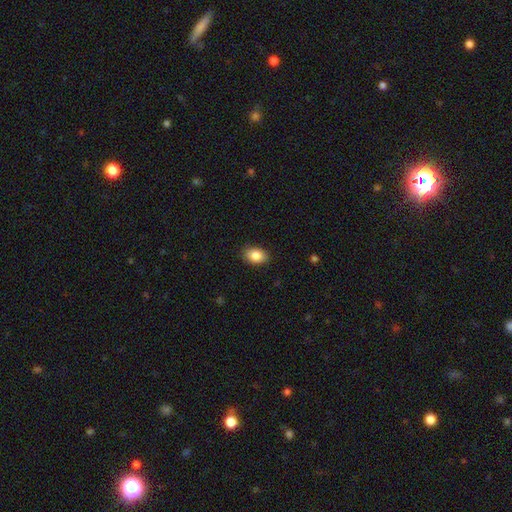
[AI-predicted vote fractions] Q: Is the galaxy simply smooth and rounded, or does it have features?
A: smooth — 86%.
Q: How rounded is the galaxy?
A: in between — 82%.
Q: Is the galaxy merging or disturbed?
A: none — 88%.